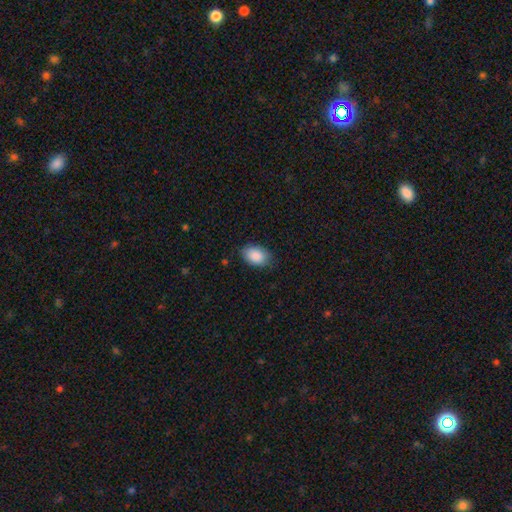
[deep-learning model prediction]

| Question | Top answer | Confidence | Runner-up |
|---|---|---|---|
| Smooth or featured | smooth | 89% | star or artifact (6%) |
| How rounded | in between | 89% | round (10%) |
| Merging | none | 79% | minor disturbance (17%) |